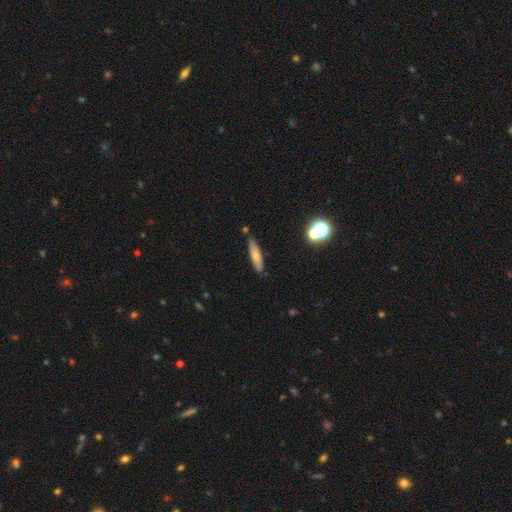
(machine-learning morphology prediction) Smooth or featured?
  - smooth: 65% *
  - featured or disk: 27%
  - star or artifact: 8%
How rounded?
  - cigar-shaped: 78% *
  - in between: 20%
  - round: 2%
Merging?
  - none: 83% *
  - minor disturbance: 11%
  - merger: 4%
  - major disturbance: 2%